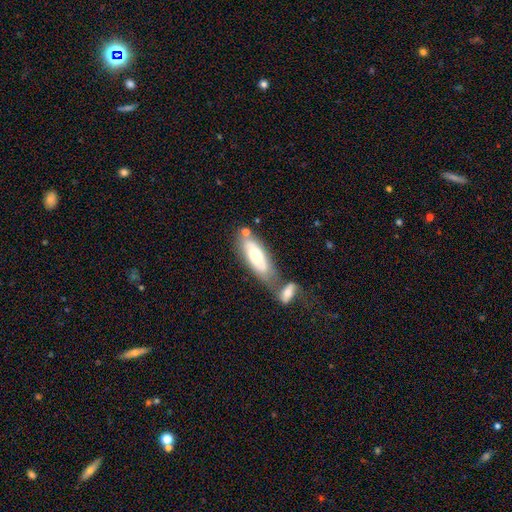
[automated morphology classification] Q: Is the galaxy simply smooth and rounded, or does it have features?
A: smooth — 54%.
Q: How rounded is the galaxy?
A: in between — 73%.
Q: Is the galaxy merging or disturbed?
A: none — 45%.